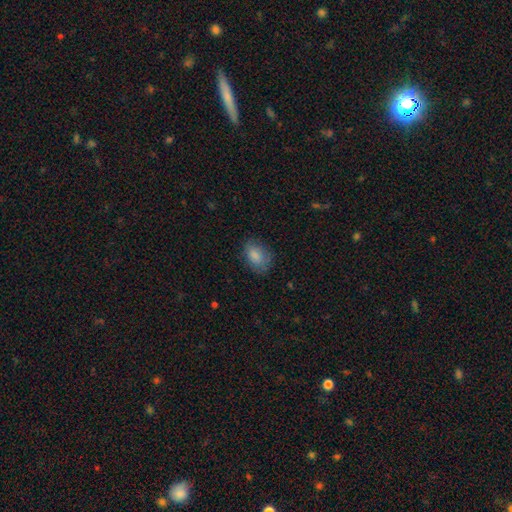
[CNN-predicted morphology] Smooth or featured?
  - smooth: 84% *
  - featured or disk: 9%
  - star or artifact: 8%
How rounded?
  - in between: 83% *
  - round: 16%
  - cigar-shaped: 1%
Merging?
  - none: 72% *
  - minor disturbance: 20%
  - major disturbance: 6%
  - merger: 1%